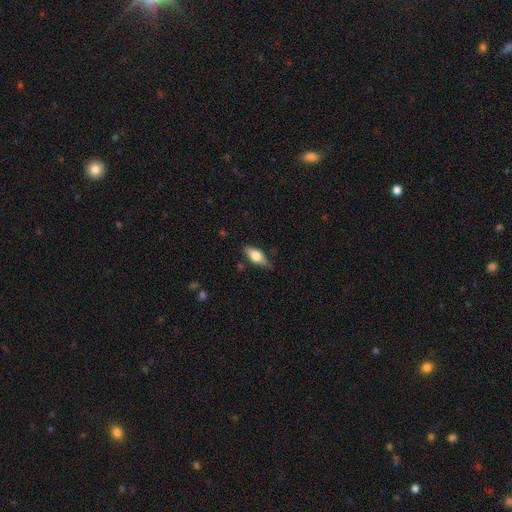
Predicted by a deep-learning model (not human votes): Smooth or featured: smooth — 61% (featured or disk — 32%)
How rounded: in between — 77% (cigar-shaped — 19%)
Merging: none — 75% (minor disturbance — 19%)